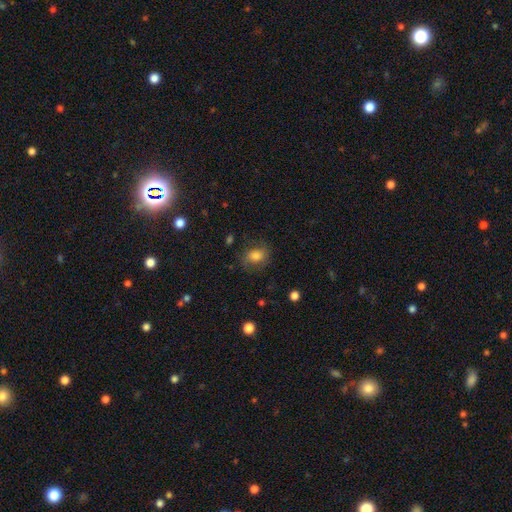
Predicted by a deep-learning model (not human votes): Smooth or featured? Predicted: smooth (p=0.69). How rounded? Predicted: in between (p=0.51). Merging? Predicted: none (p=0.71).